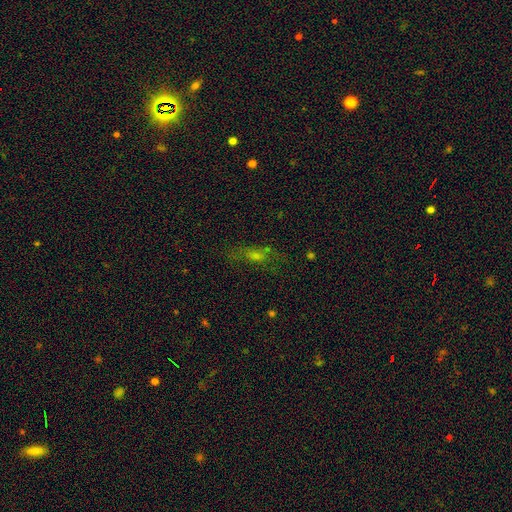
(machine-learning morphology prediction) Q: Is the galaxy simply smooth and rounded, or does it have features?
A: smooth — 41%.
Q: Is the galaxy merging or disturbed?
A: none — 61%.